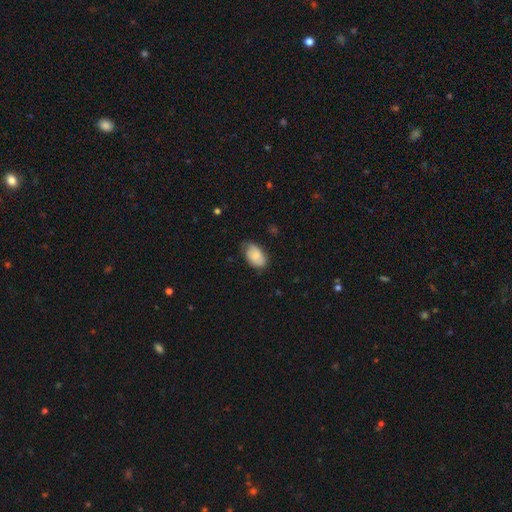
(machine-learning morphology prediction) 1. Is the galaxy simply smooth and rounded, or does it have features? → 71% smooth, 22% featured or disk, 7% star or artifact.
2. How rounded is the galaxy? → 91% in between, 8% round, 1% cigar-shaped.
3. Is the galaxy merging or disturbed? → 62% none, 30% minor disturbance, 6% major disturbance, 1% merger.